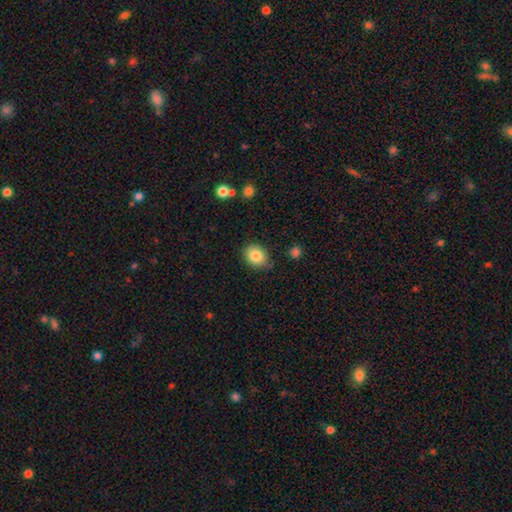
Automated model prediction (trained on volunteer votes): Overall: smooth (84%). How rounded: in between (51%; round 49%). Merging: none (79%).